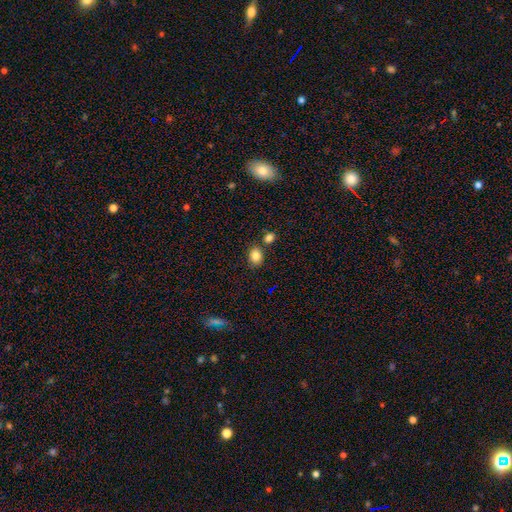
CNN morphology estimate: Smooth or featured: smooth — 85% (star or artifact — 10%)
How rounded: round — 51% (in between — 48%)
Merging: none — 73% (merger — 13%)